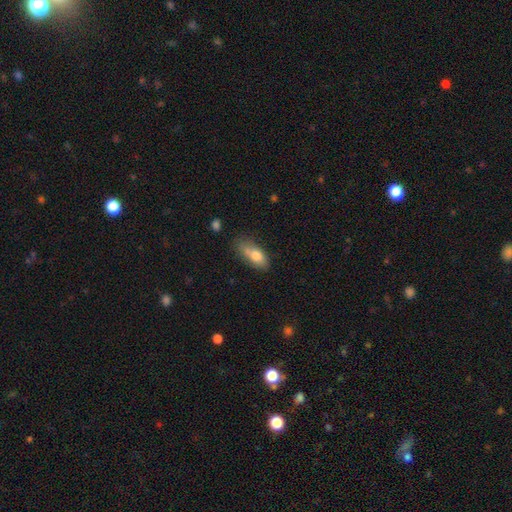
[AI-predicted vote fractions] A smooth galaxy with no disk features (75%) that is in between round and cigar-shaped (82%).

Vote fractions:
- Smooth or featured? smooth: 75% / featured or disk: 18% / star or artifact: 7%
- How rounded? in between: 82% / cigar-shaped: 14% / round: 4%
- Merging? none: 48% / minor disturbance: 31% / major disturbance: 11% / merger: 10%